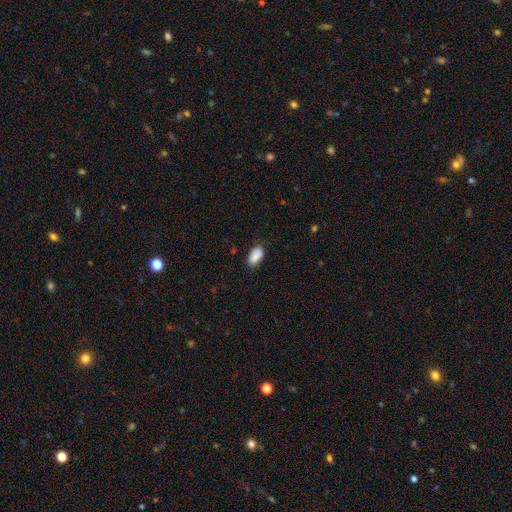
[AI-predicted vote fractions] smooth-or-featured: smooth: 88% | star or artifact: 7% | featured or disk: 4%
  how-rounded: in between: 93% | round: 4% | cigar-shaped: 2%
  merging: none: 79% | minor disturbance: 17% | major disturbance: 3% | merger: 1%